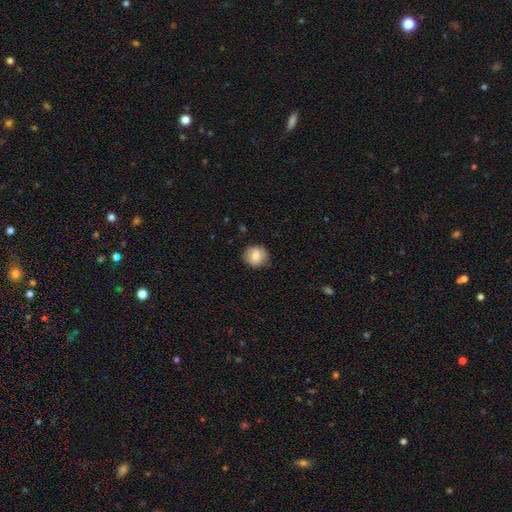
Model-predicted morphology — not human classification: smooth 79%, featured or disk 13%, star or artifact 8%. Down the decision tree: how rounded — round (84%); merging — none (82%).